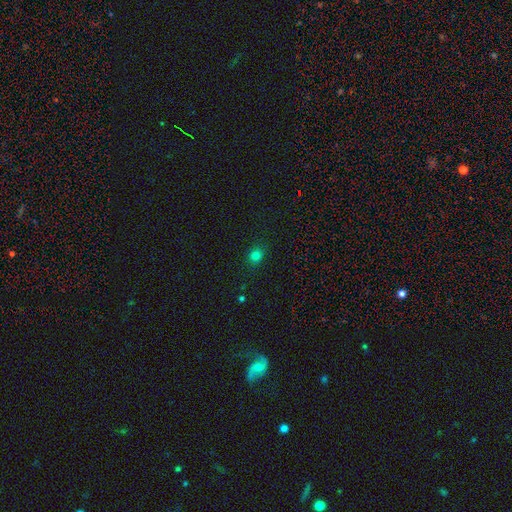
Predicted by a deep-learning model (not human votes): Smooth or featured: smooth — 79% (star or artifact — 16%)
How rounded: round — 73% (in between — 26%)
Merging: none — 86% (minor disturbance — 10%)